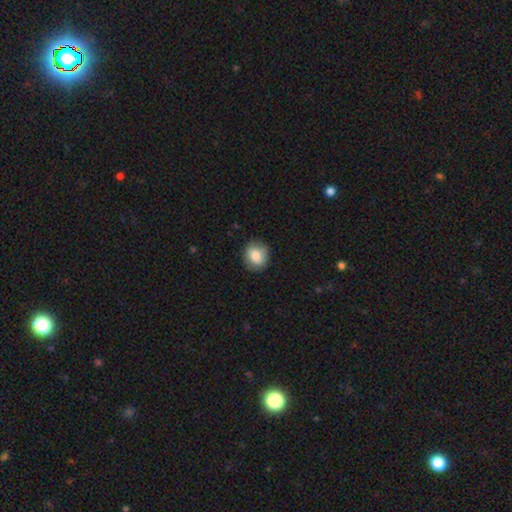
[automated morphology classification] A smooth galaxy with no disk features (80%) that is round (75%).

Vote fractions:
- Smooth or featured? smooth: 80% / featured or disk: 12% / star or artifact: 8%
- How rounded? round: 75% / in between: 24% / cigar-shaped: 1%
- Merging? none: 82% / minor disturbance: 14% / major disturbance: 3% / merger: 1%